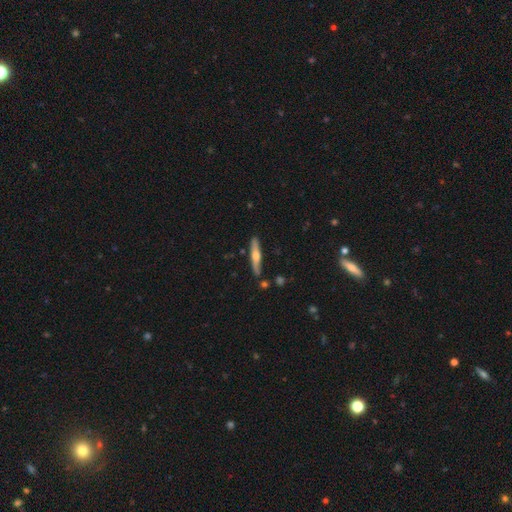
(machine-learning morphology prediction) featured or disk 54%, smooth 40%, star or artifact 6%. Down the decision tree: edge-on disk — yes (94%); edge-on bulge — rounded (90%); merging — none (86%).